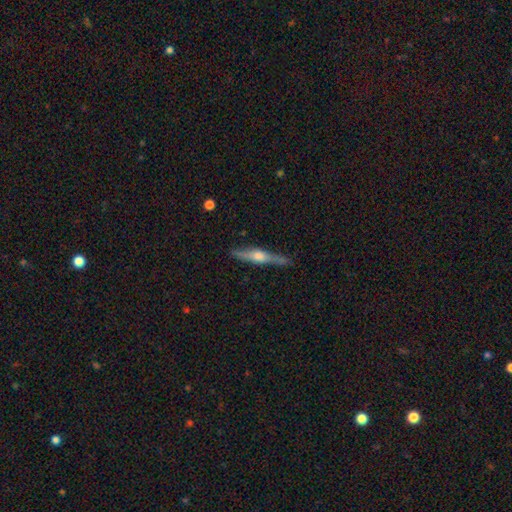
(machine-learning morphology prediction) A featured or disk galaxy (75%) viewed edge-on (97%) with a rounded central bulge (87%).

Vote fractions:
- Smooth or featured? featured or disk: 75% / smooth: 19% / star or artifact: 6%
- Edge-on disk? yes: 97% / no: 3%
- Edge-on bulge? rounded: 87% / boxy: 9% / none: 4%
- Merging? none: 85% / minor disturbance: 11% / major disturbance: 2% / merger: 2%